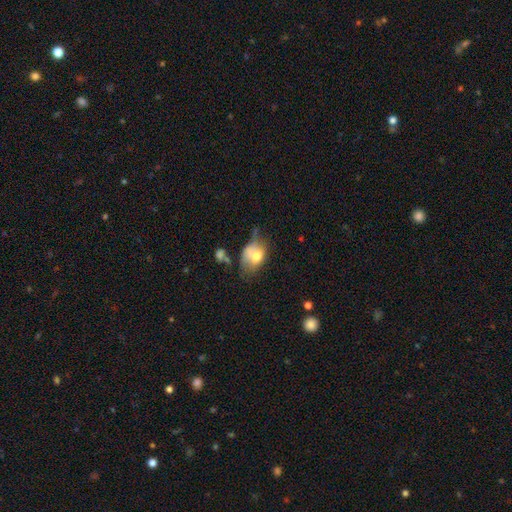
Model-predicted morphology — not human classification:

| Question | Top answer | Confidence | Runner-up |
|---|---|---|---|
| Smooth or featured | smooth | 68% | featured or disk (23%) |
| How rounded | in between | 73% | round (26%) |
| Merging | minor disturbance | 30% | major disturbance (26%) |